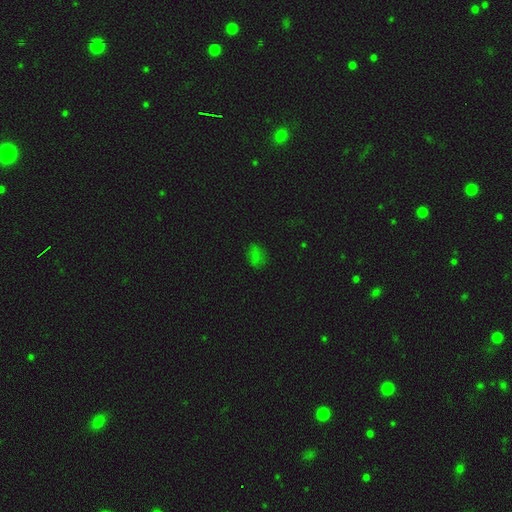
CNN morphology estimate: The model was most divided on "smooth or featured": smooth: 67%, star or artifact: 25%, featured or disk: 7%. More confident: how rounded — in between (72%); merging — none (71%).